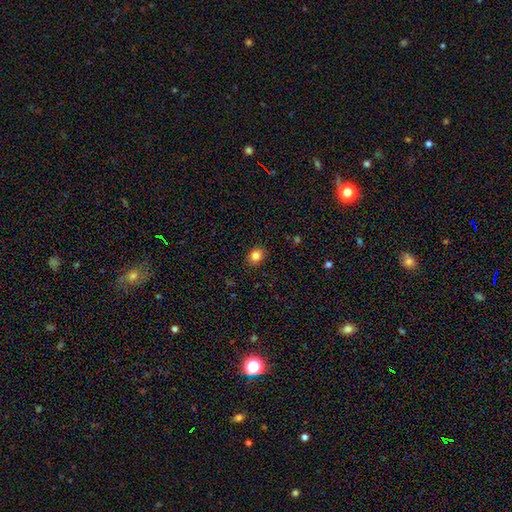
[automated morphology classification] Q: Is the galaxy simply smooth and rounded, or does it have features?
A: smooth — 84%.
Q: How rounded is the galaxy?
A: round — 53%.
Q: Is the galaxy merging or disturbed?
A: none — 89%.